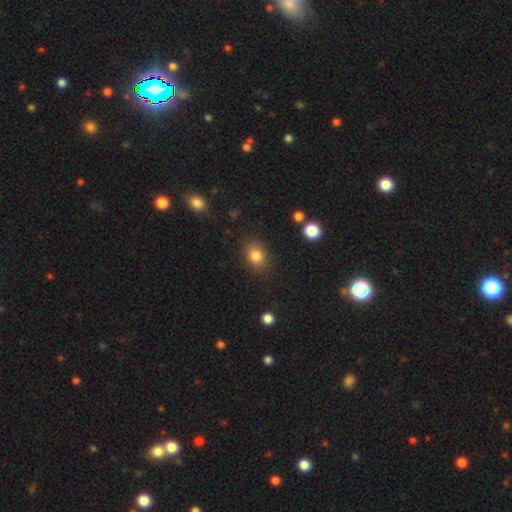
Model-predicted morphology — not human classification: Smooth or featured? smooth (82%)
How rounded? in between (59%)
Merging? none (83%)